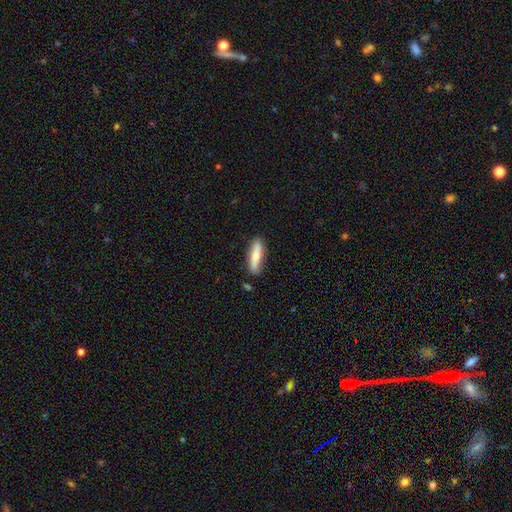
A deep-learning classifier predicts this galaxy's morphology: smooth 66%, featured or disk 28%, star or artifact 6%. Down the decision tree: how rounded — cigar-shaped (70%); merging — none (84%).